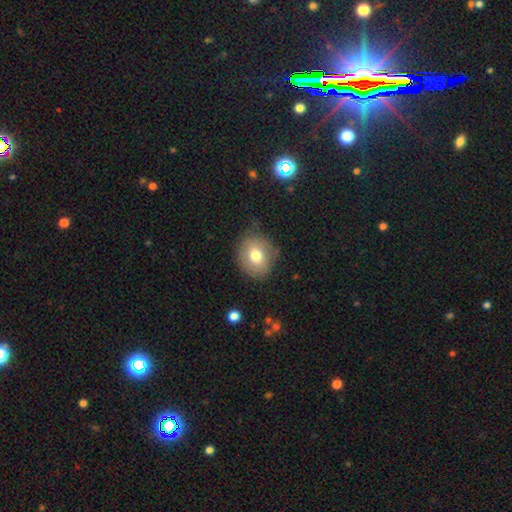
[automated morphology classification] Q: Smooth or featured?
A: smooth (74%); runner-up: featured or disk (18%)
Q: How rounded?
A: round (61%); runner-up: in between (38%)
Q: Merging?
A: none (76%); runner-up: minor disturbance (17%)